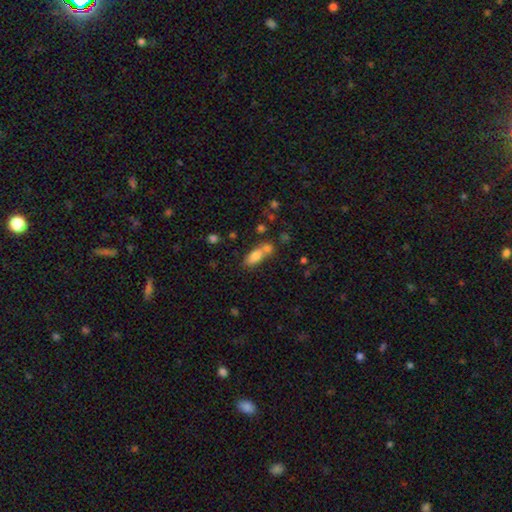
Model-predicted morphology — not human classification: Smooth or featured? Predicted: smooth (p=0.77). How rounded? Predicted: in between (p=0.79). Merging? Predicted: merger (p=0.44).